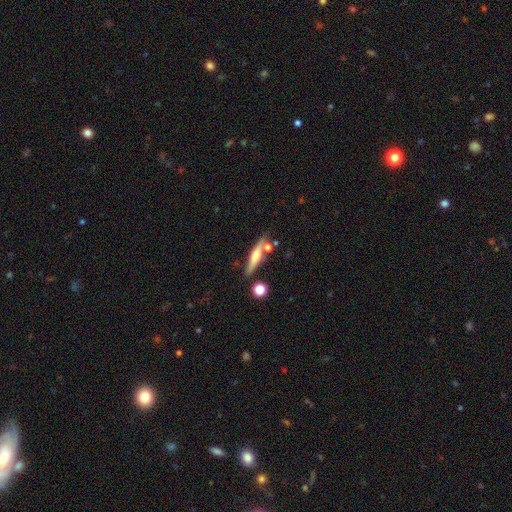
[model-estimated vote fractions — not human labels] A featured or disk galaxy (52%) viewed edge-on (91%).

Vote fractions:
- Smooth or featured? featured or disk: 52% / smooth: 40% / star or artifact: 7%
- Edge-on disk? yes: 91% / no: 9%
- Merging? none: 70% / minor disturbance: 15% / merger: 11% / major disturbance: 4%